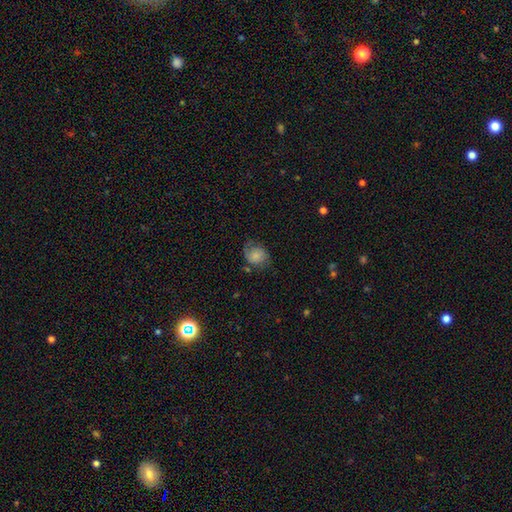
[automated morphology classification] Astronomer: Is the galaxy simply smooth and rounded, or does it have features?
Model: smooth — 64%.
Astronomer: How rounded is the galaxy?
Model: round — 58% (runner-up: in between, 41%).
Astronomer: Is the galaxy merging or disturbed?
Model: none — 55%.